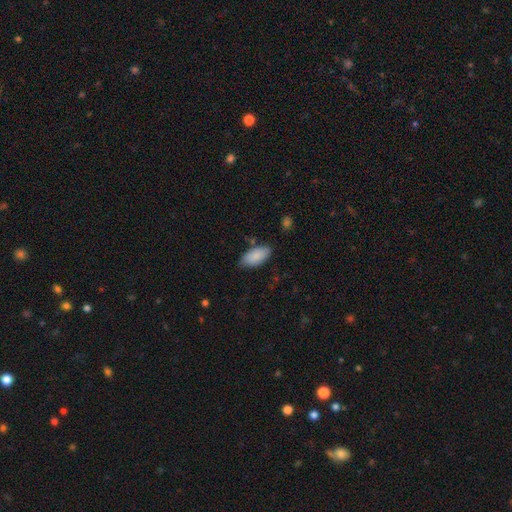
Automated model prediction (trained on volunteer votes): Smooth or featured: smooth — 88% (featured or disk — 6%)
How rounded: in between — 92% (cigar-shaped — 6%)
Merging: none — 76% (minor disturbance — 18%)